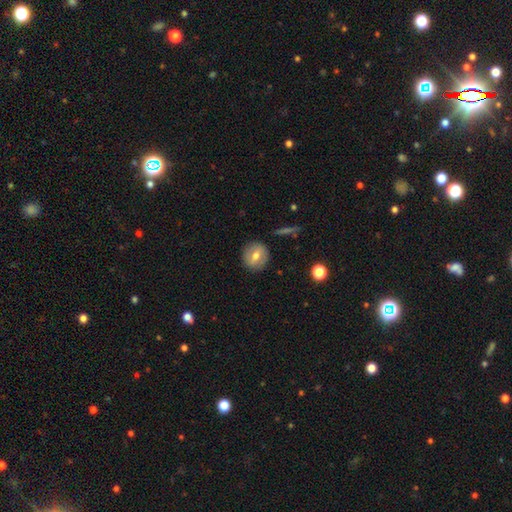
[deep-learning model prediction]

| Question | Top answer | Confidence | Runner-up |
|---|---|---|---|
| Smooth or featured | smooth | 60% | featured or disk (32%) |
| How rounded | round | 86% | in between (13%) |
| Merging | none | 88% | minor disturbance (8%) |